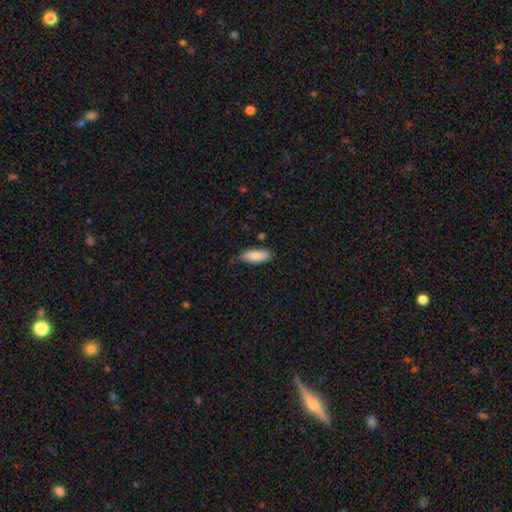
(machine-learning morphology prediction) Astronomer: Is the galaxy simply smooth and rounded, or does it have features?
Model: smooth — 86%.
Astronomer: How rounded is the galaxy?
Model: in between — 68%.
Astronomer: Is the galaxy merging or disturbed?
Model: none — 70%.